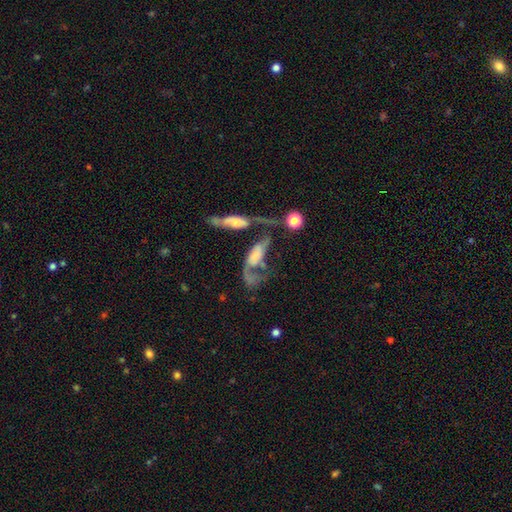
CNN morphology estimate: Smooth or featured? featured or disk (68%)
Edge-on disk? no (87%)
Bar? no (59%)
Spiral arms? yes (80%)
Bulge size? none (31%)
Merging? merger (43%)